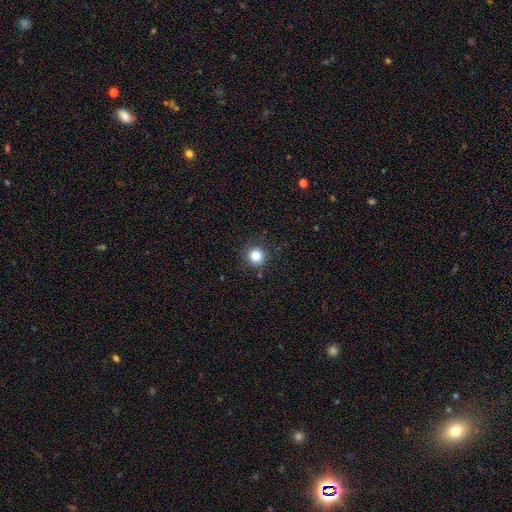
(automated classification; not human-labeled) Overall: smooth (83%). How rounded: round (94%). Merging: none (89%).